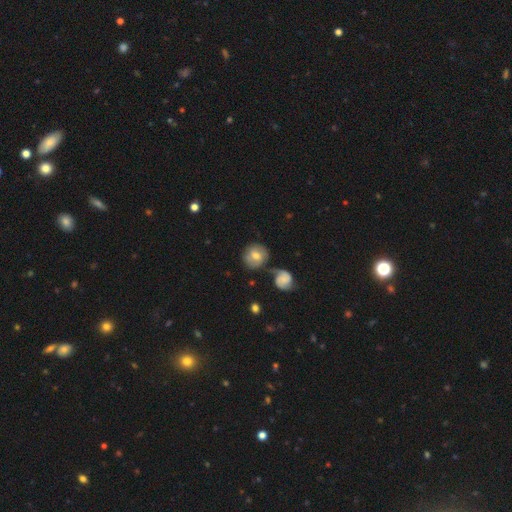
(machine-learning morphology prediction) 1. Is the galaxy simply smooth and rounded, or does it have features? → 56% smooth, 36% featured or disk, 8% star or artifact.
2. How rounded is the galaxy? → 86% round, 13% in between, 1% cigar-shaped.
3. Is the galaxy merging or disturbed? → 63% none, 18% minor disturbance, 11% merger, 8% major disturbance.